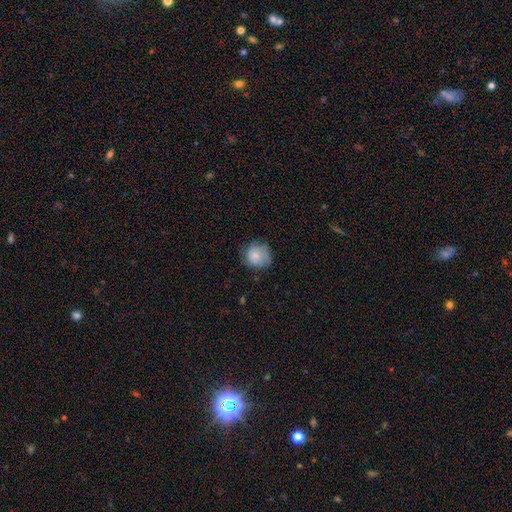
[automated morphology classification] This appears to be a smooth galaxy with no disk features (73%) that is round (84%). Merging: none (61%).